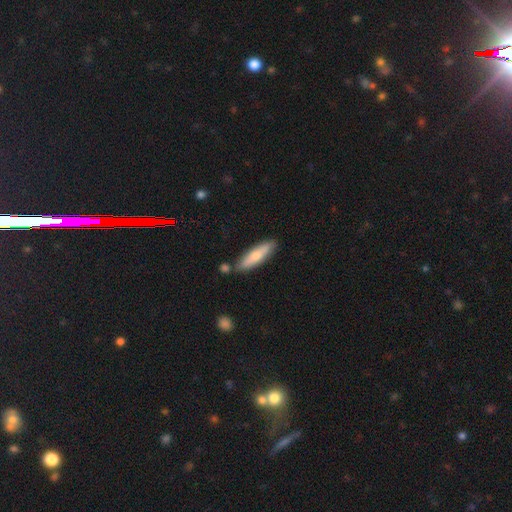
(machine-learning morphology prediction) type=smooth (69%); roundness=cigar-shaped (70%); merging=none (77%).